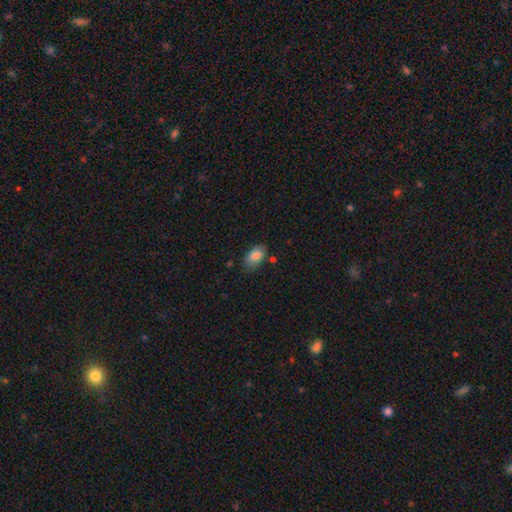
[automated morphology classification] A smooth galaxy with no disk features (81%) that is in between round and cigar-shaped (93%).

Vote fractions:
- Smooth or featured? smooth: 81% / featured or disk: 12% / star or artifact: 7%
- How rounded? in between: 93% / round: 5% / cigar-shaped: 2%
- Merging? none: 71% / minor disturbance: 20% / major disturbance: 4% / merger: 4%